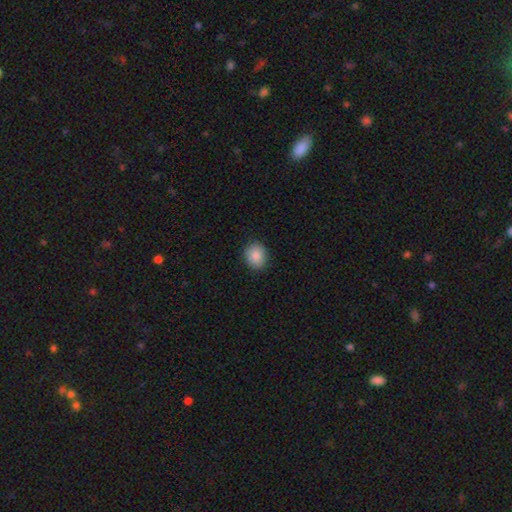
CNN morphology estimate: A smooth galaxy with no disk features (87%) that is round (66%).

Vote fractions:
- Smooth or featured? smooth: 87% / star or artifact: 8% / featured or disk: 5%
- How rounded? round: 66% / in between: 33% / cigar-shaped: 1%
- Merging? none: 89% / minor disturbance: 8% / major disturbance: 2% / merger: 1%